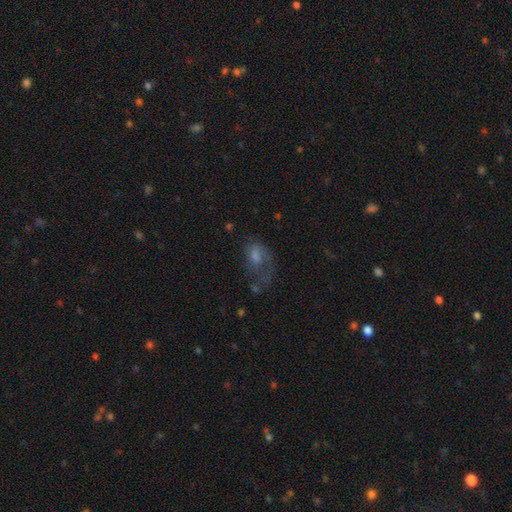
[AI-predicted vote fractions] The model was most divided on "merging": major disturbance: 38%, none: 36%, minor disturbance: 21%, merger: 5%. Remaining: smooth or featured — featured or disk (46%).